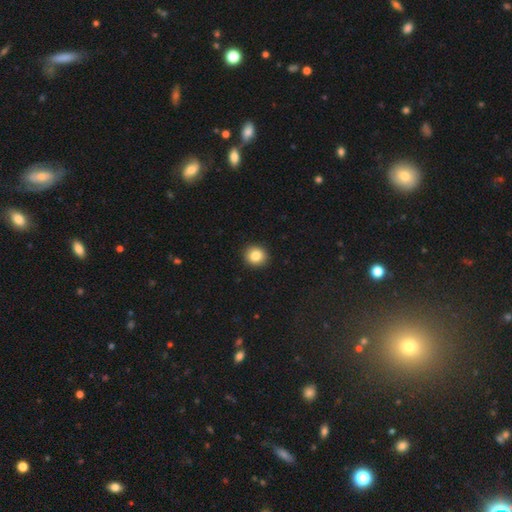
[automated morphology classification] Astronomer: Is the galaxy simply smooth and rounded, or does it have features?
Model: smooth — 85%.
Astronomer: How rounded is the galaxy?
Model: round — 87%.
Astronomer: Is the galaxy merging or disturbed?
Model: none — 92%.